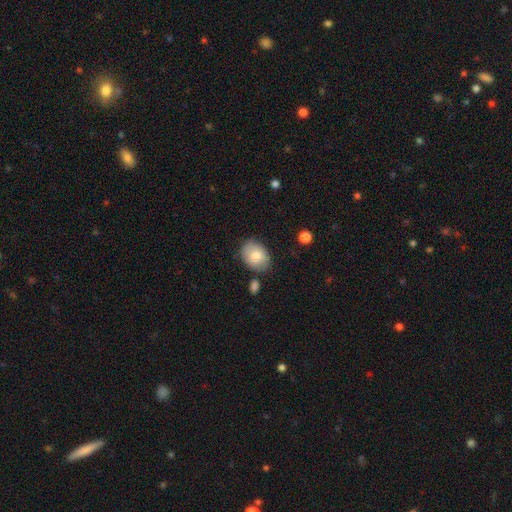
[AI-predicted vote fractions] Morphology: type=smooth (79%); roundness=in between (74%); merging=none (75%).